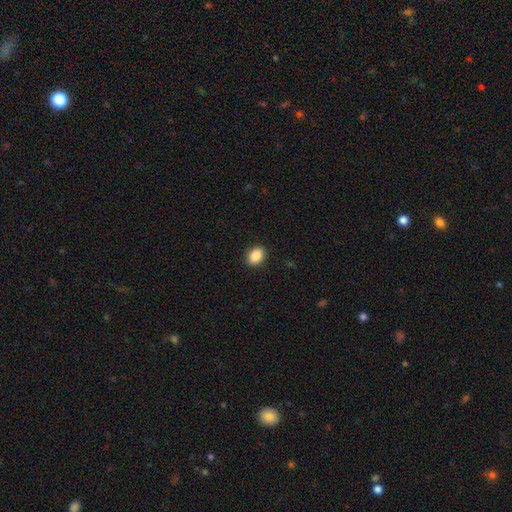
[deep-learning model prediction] Overall: smooth (89%). How rounded: in between (66%; round 33%). Merging: none (91%).